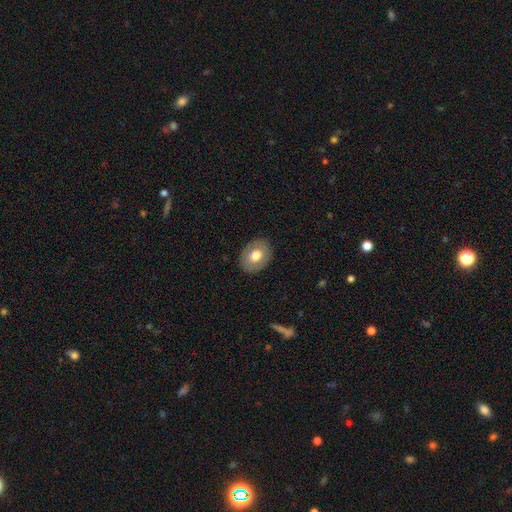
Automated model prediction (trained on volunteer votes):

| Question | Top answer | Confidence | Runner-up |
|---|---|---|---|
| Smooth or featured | smooth | 65% | featured or disk (29%) |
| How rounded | in between | 63% | round (36%) |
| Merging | none | 86% | minor disturbance (10%) |